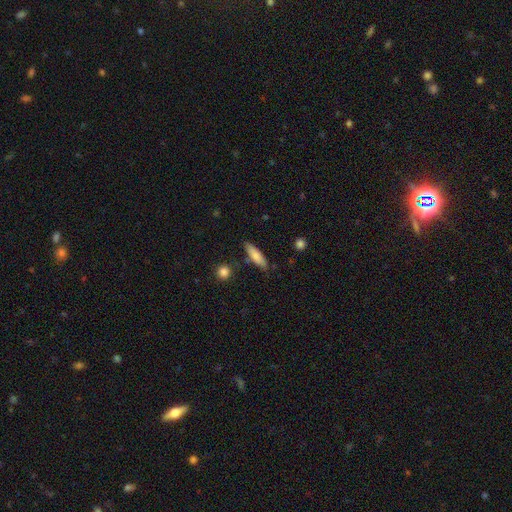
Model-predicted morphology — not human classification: Q: Smooth or featured?
A: smooth (79%); runner-up: featured or disk (15%)
Q: How rounded?
A: cigar-shaped (60%); runner-up: in between (38%)
Q: Merging?
A: none (80%); runner-up: minor disturbance (14%)